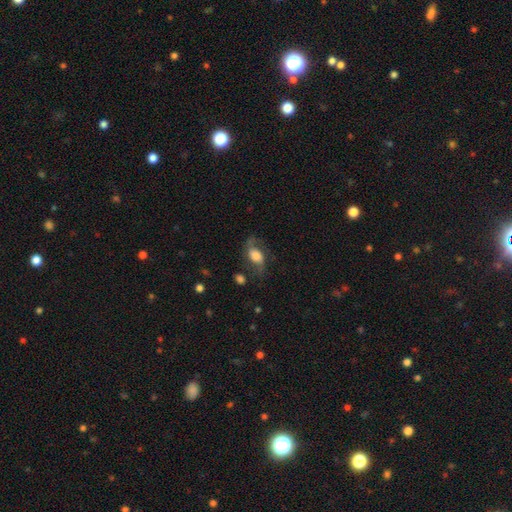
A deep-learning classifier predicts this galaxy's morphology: Smooth or featured: featured or disk — 58% (smooth — 34%)
Edge-on disk: no — 94% (yes — 6%)
Bar: no — 54% (weak — 34%)
Spiral arms: yes — 87% (no — 13%)
Bulge size: large — 46% (moderate — 28%)
Merging: none — 59% (minor disturbance — 21%)